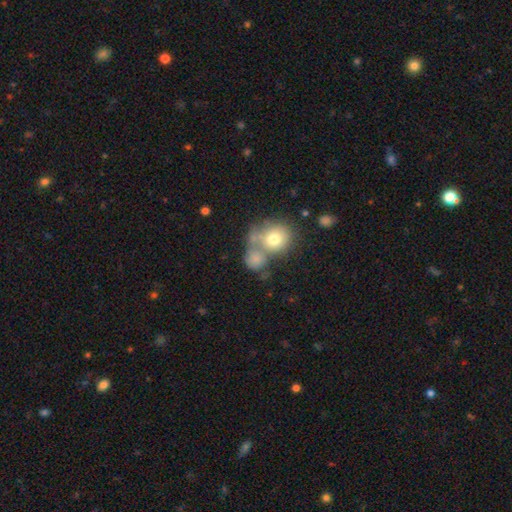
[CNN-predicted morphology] This appears to be a smooth galaxy with no disk features (68%) that is round (73%). Merging: merger (48%).